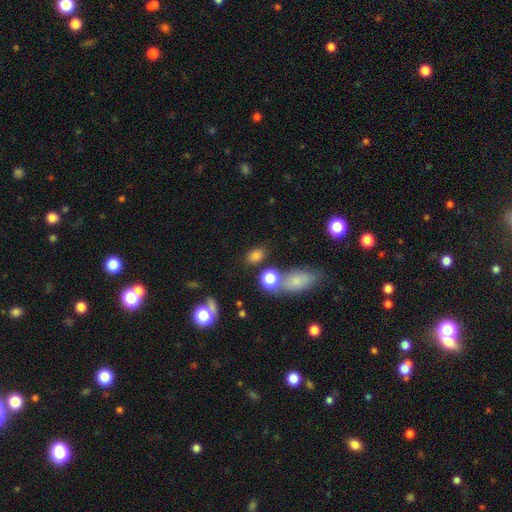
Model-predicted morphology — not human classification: Smooth or featured?
  - smooth: 79% *
  - star or artifact: 14%
  - featured or disk: 7%
How rounded?
  - in between: 64% *
  - round: 33%
  - cigar-shaped: 2%
Merging?
  - none: 70% *
  - minor disturbance: 13%
  - merger: 12%
  - major disturbance: 5%